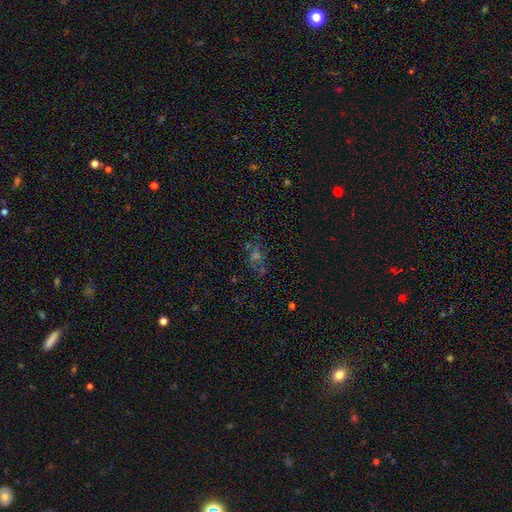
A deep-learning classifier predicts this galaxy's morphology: Q: Smooth or featured?
A: star or artifact (39%); runner-up: featured or disk (31%)